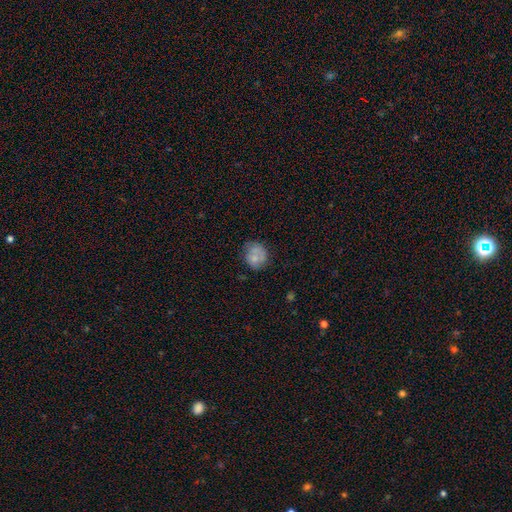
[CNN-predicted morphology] Smooth or featured? smooth (69%)
How rounded? round (73%)
Merging? none (54%)